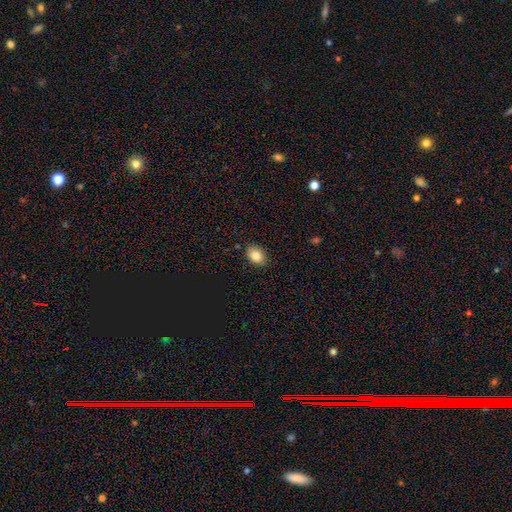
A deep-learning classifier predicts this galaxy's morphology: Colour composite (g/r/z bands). It shows a smooth galaxy with no disk features (86%) that is in between round and cigar-shaped (76%). Merging: none (87%).